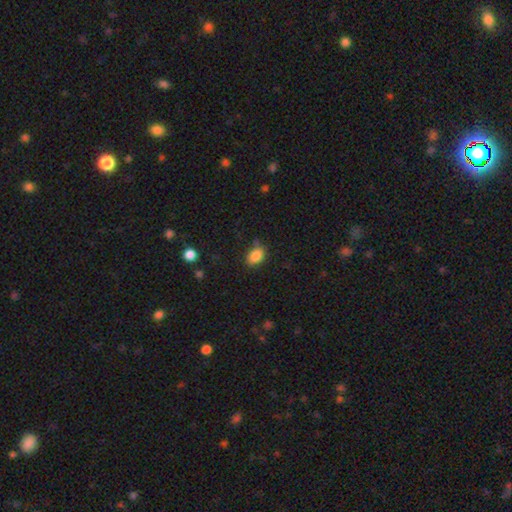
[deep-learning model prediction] smooth 86%, star or artifact 9%, featured or disk 5%. Down the decision tree: how rounded — in between (81%); merging — none (74%).